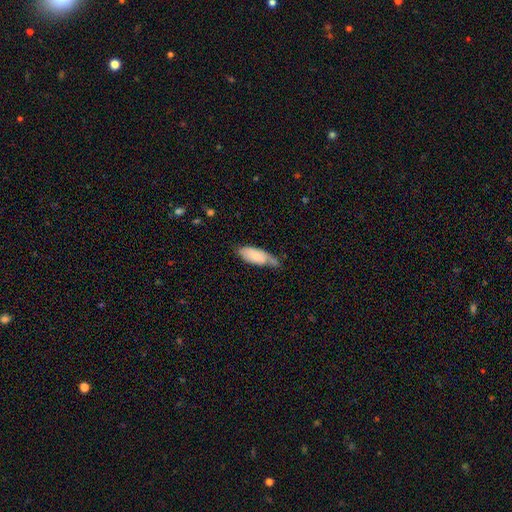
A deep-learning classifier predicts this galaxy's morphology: smooth_or_featured: smooth (p=0.71) [alt: featured or disk p=0.23]
how_rounded: in between (p=0.80) [alt: cigar-shaped p=0.18]
merging: none (p=0.44) [alt: minor disturbance p=0.37]